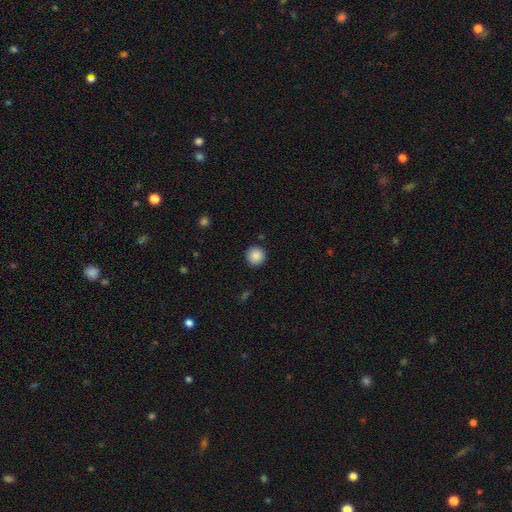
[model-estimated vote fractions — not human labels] smooth-or-featured: smooth: 88% | star or artifact: 8% | featured or disk: 4%
  how-rounded: round: 95% | in between: 4% | cigar-shaped: 1%
  merging: none: 91% | minor disturbance: 6% | major disturbance: 2% | merger: 1%